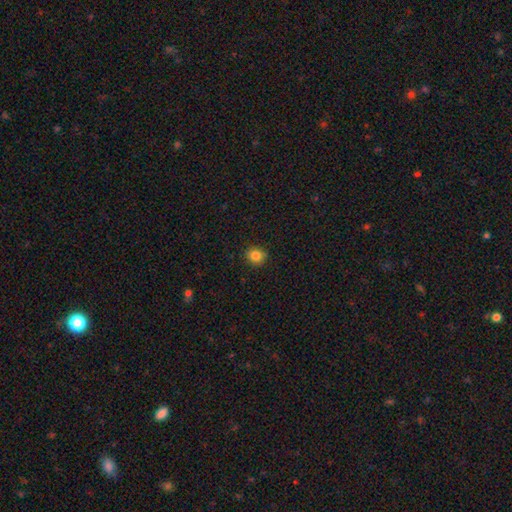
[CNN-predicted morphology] smooth-or-featured: smooth: 83% | star or artifact: 12% | featured or disk: 5%
  how-rounded: round: 84% | in between: 15% | cigar-shaped: 1%
  merging: none: 89% | minor disturbance: 8% | major disturbance: 2% | merger: 1%